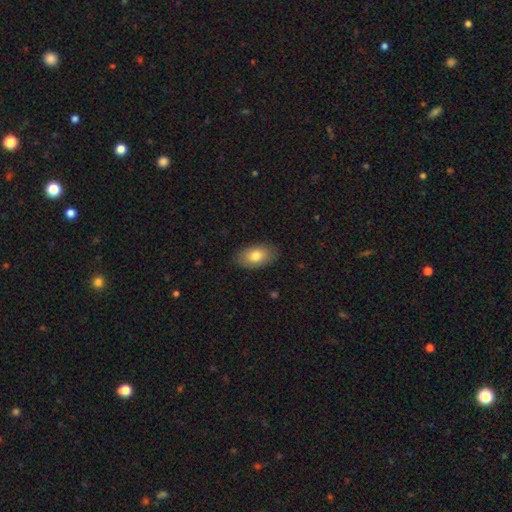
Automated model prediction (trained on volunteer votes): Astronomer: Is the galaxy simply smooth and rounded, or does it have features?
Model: smooth — 78%.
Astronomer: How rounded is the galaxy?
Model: in between — 91%.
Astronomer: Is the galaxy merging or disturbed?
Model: none — 85%.